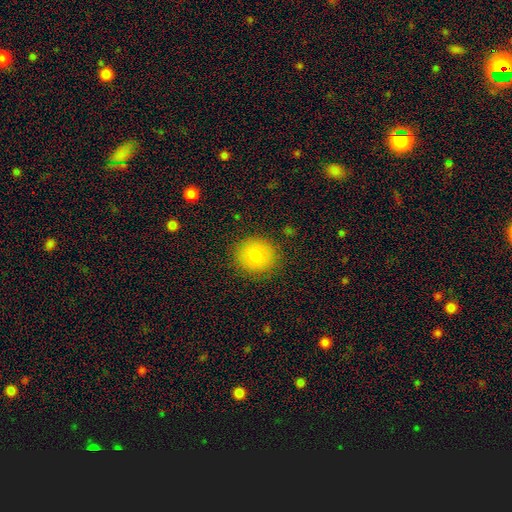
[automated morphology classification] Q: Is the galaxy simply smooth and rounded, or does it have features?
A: smooth — 78%.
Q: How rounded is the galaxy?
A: round — 83%.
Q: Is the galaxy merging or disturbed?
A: none — 87%.